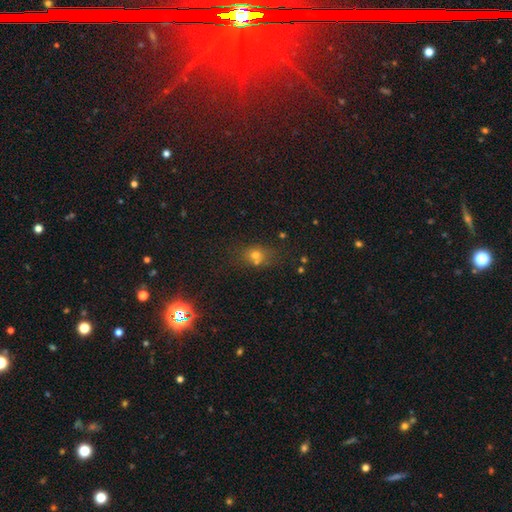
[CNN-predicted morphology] A smooth galaxy with no disk features (62%) that is round (63%).

Vote fractions:
- Smooth or featured? smooth: 62% / star or artifact: 26% / featured or disk: 12%
- How rounded? round: 63% / in between: 35% / cigar-shaped: 2%
- Merging? none: 60% / merger: 20% / minor disturbance: 14% / major disturbance: 6%